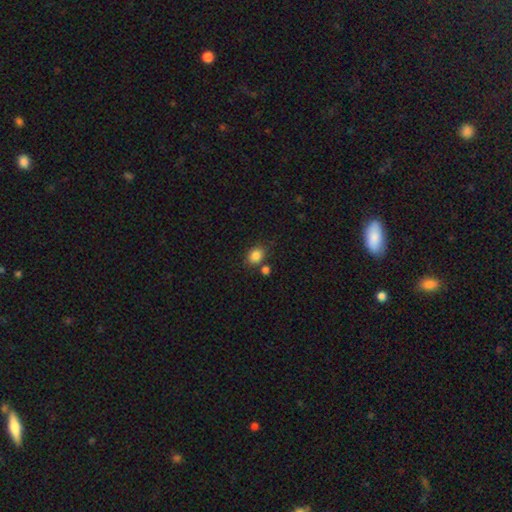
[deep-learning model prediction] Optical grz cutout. It shows a smooth galaxy with no disk features (85%) that is in between round and cigar-shaped (55%). Merging: none (72%).